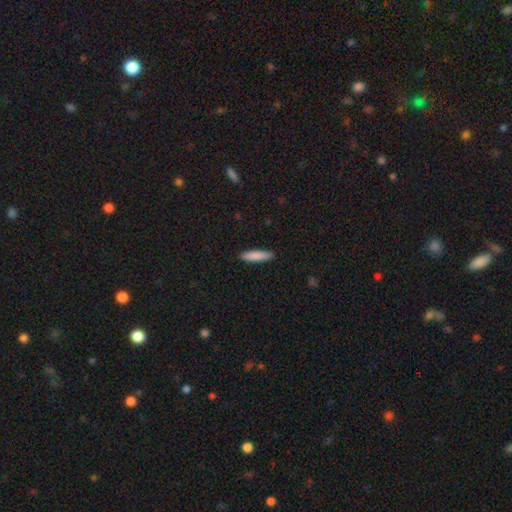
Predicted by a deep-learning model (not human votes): smooth-or-featured: smooth: 87% | featured or disk: 7% | star or artifact: 6%
  how-rounded: cigar-shaped: 79% | in between: 20% | round: 1%
  merging: none: 90% | minor disturbance: 7% | major disturbance: 2% | merger: 1%